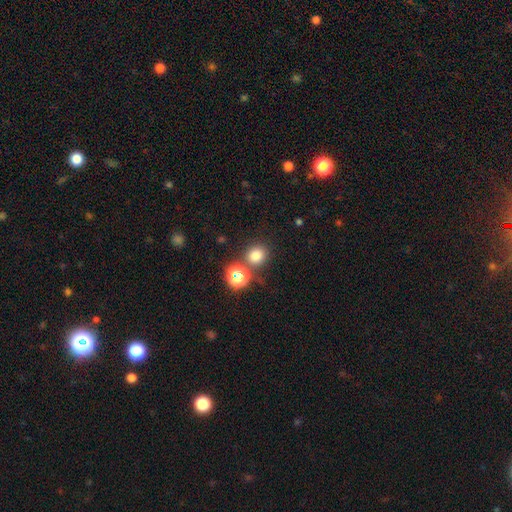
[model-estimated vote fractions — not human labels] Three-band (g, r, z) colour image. It shows a smooth galaxy with no disk features (77%) that is round (85%). Merging: none (74%).